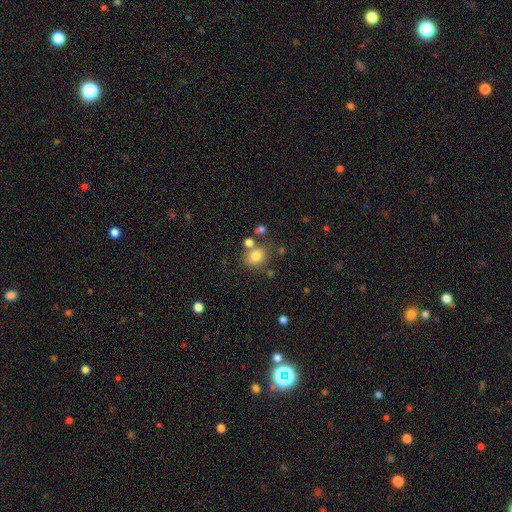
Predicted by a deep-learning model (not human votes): Morphology: type=smooth (78%); roundness=round (63%); merging=none (67%).